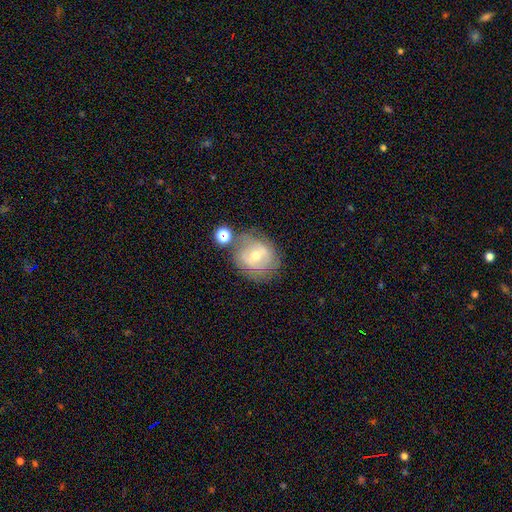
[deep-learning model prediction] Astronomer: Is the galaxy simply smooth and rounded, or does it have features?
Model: featured or disk — 55% (runner-up: smooth, 35%).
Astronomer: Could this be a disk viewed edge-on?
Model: no — 95%.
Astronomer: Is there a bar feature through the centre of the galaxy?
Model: weak — 47% (runner-up: no, 33%).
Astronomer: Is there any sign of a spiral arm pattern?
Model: yes — 59% (runner-up: no, 41%).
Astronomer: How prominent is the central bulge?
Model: moderate — 60%.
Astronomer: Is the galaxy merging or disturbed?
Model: none — 60%.